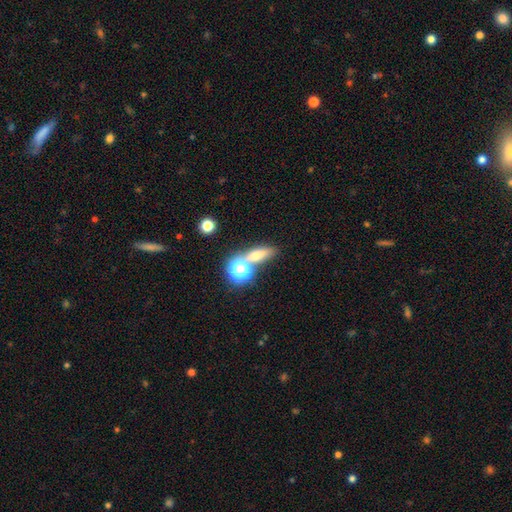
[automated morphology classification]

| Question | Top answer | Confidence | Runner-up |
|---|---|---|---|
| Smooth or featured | smooth | 59% | star or artifact (23%) |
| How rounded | in between | 44% | round (30%) |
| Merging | none | 60% | merger (25%) |